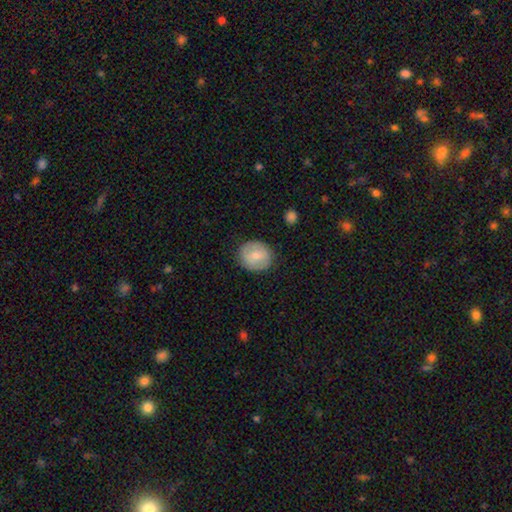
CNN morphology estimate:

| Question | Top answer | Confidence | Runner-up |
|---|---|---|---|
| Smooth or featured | smooth | 66% | featured or disk (28%) |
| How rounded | round | 79% | in between (20%) |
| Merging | none | 85% | minor disturbance (11%) |